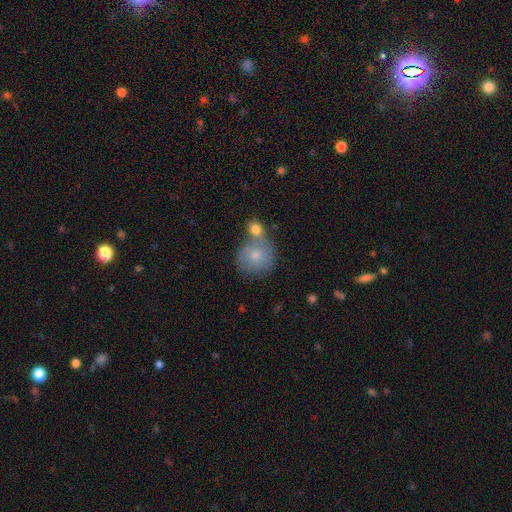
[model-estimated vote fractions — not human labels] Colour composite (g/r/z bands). It shows a smooth galaxy with no disk features (74%) that is round (86%). Merging: none (41%).